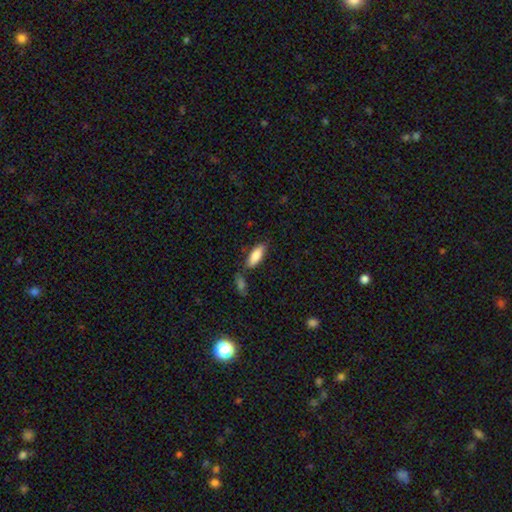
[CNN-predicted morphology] smooth_or_featured: smooth (p=0.84) [alt: featured or disk p=0.10]
how_rounded: in between (p=0.68) [alt: cigar-shaped p=0.30]
merging: none (p=0.73) [alt: minor disturbance p=0.14]